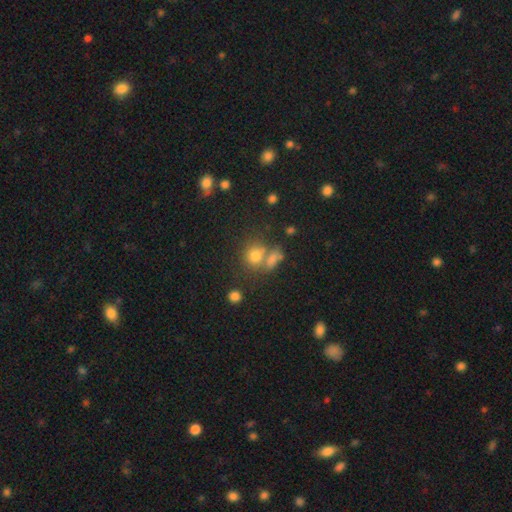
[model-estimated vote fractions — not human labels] This is likely a smooth galaxy (73%). How rounded: likely round (73%). Merging: possibly none (48%).